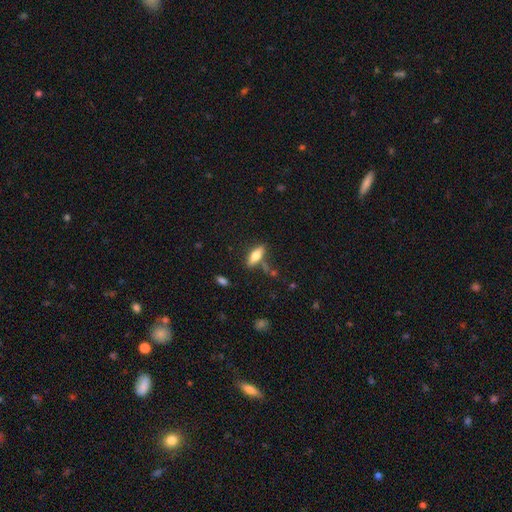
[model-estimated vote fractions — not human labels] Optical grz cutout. It shows a smooth galaxy with no disk features (65%) that is in between round and cigar-shaped (67%). Merging: none (74%).